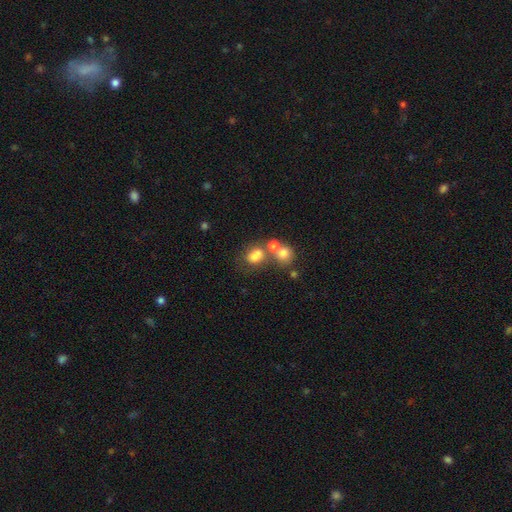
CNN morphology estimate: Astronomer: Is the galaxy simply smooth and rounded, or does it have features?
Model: smooth — 73%.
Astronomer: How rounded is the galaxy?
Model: in between — 56% (runner-up: round, 43%).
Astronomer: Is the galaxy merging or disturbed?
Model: merger — 42% (runner-up: none, 38%).